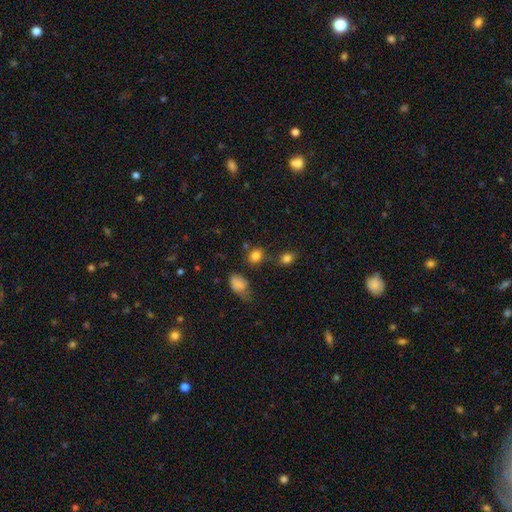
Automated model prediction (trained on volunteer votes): Q: Smooth or featured?
A: smooth (82%); runner-up: star or artifact (12%)
Q: How rounded?
A: round (58%); runner-up: in between (41%)
Q: Merging?
A: none (68%); runner-up: minor disturbance (17%)